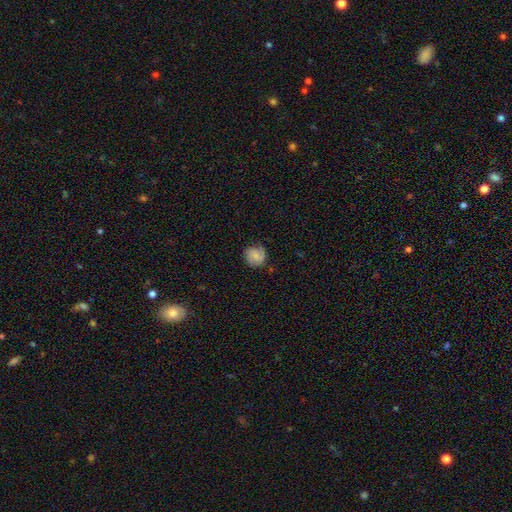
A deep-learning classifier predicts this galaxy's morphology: Overall: smooth (64%; featured or disk 28%). How rounded: round (84%). Merging: none (69%).